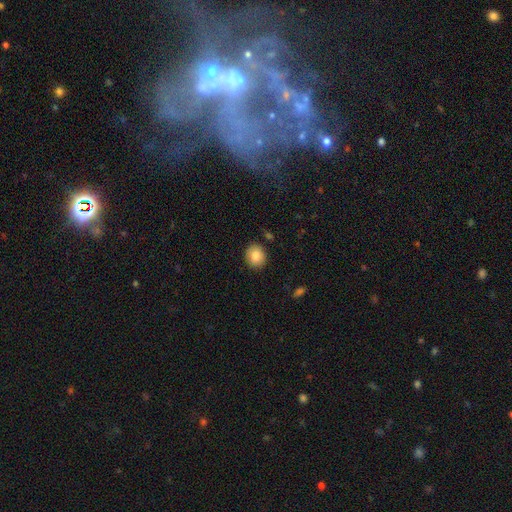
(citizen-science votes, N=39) A smooth galaxy with no disk features (90%) that is round (74%). Merging: none (86%).